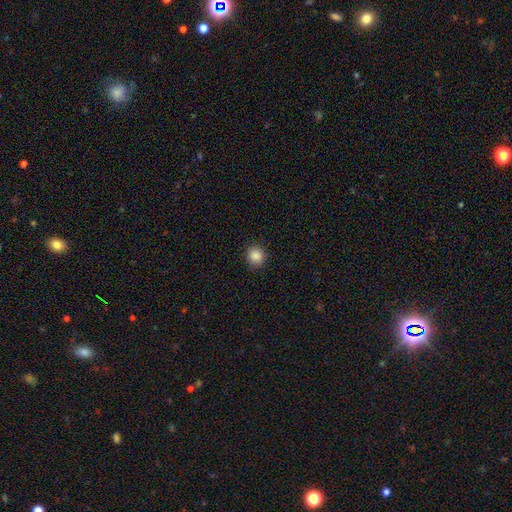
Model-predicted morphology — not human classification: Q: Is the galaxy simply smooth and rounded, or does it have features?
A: smooth — 87%.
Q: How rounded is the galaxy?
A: round — 89%.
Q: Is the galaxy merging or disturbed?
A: none — 91%.